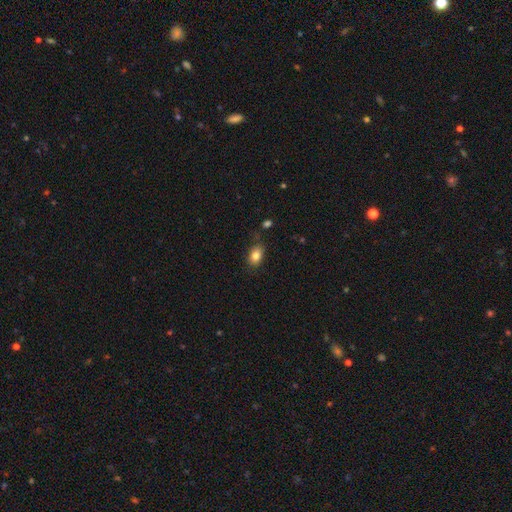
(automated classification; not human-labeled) smooth-or-featured: smooth: 83% | star or artifact: 9% | featured or disk: 8%
  how-rounded: in between: 78% | round: 20% | cigar-shaped: 1%
  merging: none: 77% | minor disturbance: 17% | major disturbance: 4% | merger: 3%